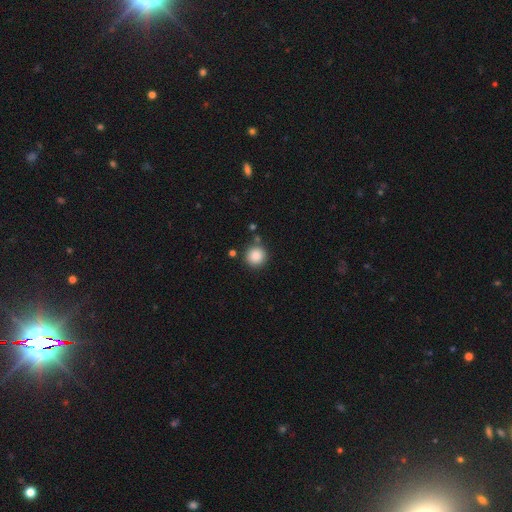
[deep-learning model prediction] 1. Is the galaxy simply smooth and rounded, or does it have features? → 87% smooth, 9% star or artifact, 4% featured or disk.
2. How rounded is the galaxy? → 94% round, 5% in between, 1% cigar-shaped.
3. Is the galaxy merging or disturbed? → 84% none, 9% minor disturbance, 5% merger, 3% major disturbance.